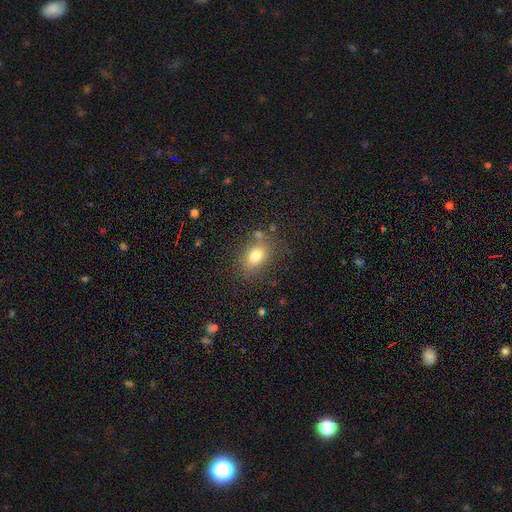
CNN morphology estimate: smooth-or-featured: smooth: 77% | star or artifact: 12% | featured or disk: 11%
  how-rounded: in between: 69% | round: 30% | cigar-shaped: 2%
  merging: none: 76% | minor disturbance: 14% | merger: 5% | major disturbance: 5%